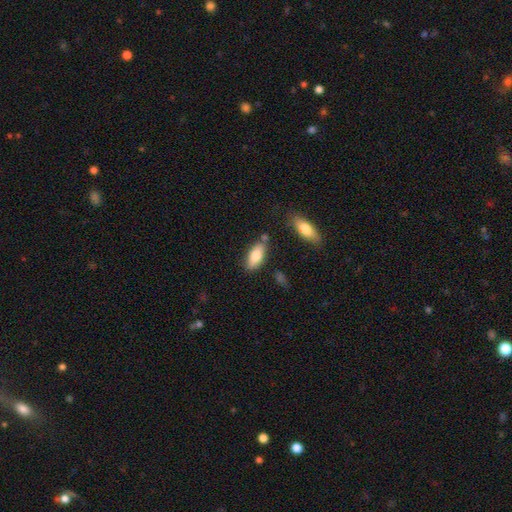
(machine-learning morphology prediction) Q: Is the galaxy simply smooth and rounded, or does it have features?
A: smooth — 76%.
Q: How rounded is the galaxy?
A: in between — 80%.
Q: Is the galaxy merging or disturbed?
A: none — 75%.